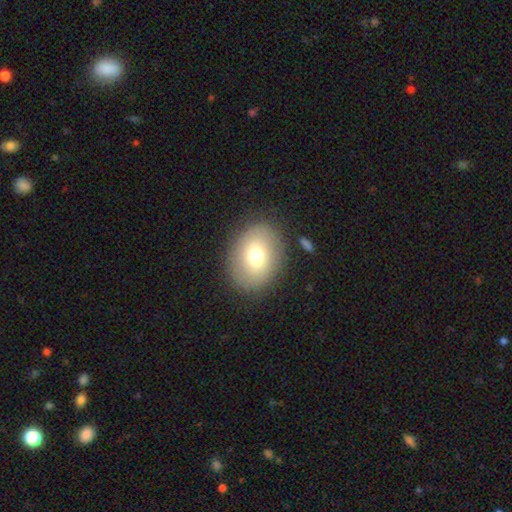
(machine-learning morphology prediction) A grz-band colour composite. It shows a smooth galaxy with no disk features (71%) that is in between round and cigar-shaped (61%). Merging: none (84%).